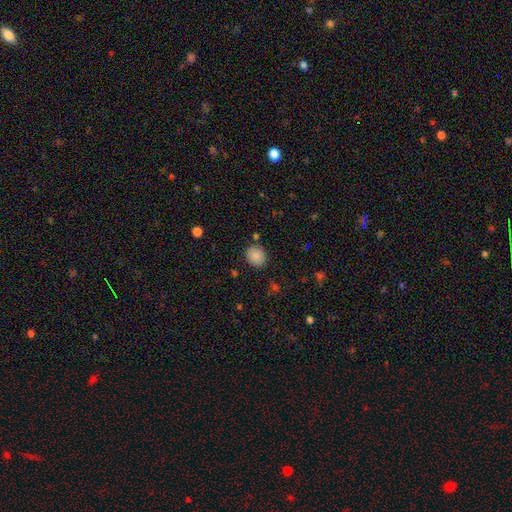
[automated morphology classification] smooth 87%, star or artifact 9%, featured or disk 4%. Down the decision tree: how rounded — round (74%); merging — none (86%).